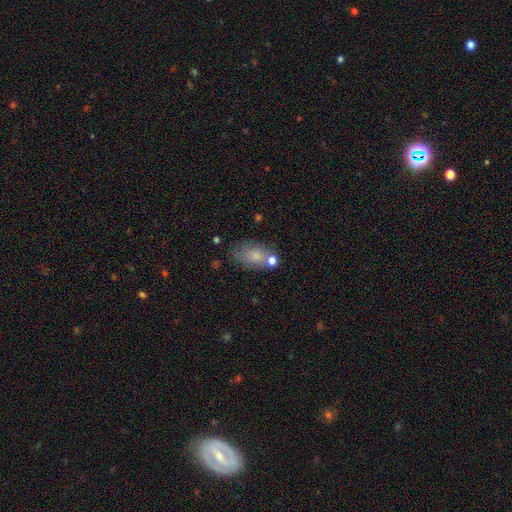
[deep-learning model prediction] smooth-or-featured: smooth: 73% | featured or disk: 17% | star or artifact: 9%
  how-rounded: in between: 88% | round: 9% | cigar-shaped: 3%
  merging: none: 53% | minor disturbance: 23% | merger: 15% | major disturbance: 9%